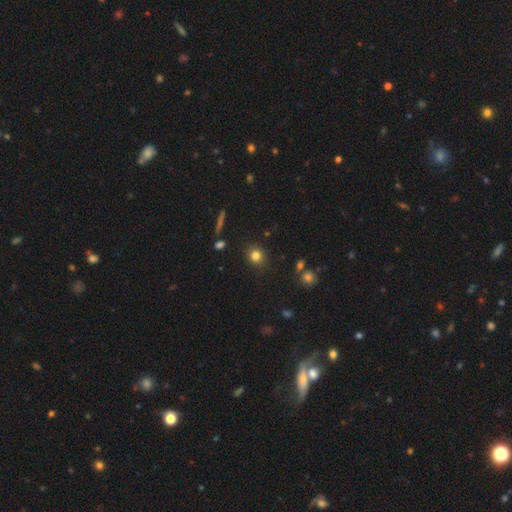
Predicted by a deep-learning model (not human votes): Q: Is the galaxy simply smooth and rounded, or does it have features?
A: smooth — 81%.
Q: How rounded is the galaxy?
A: round — 82%.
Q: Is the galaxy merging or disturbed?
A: none — 87%.